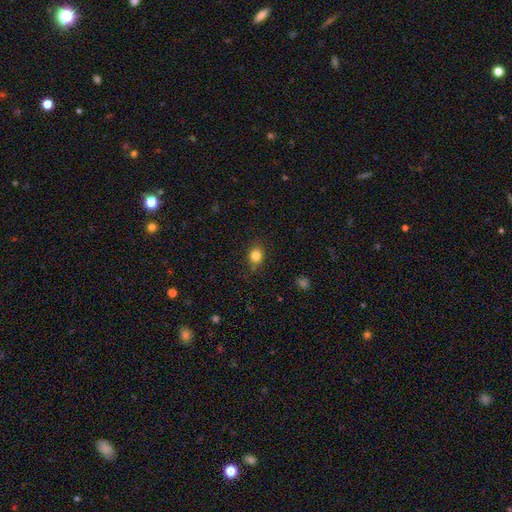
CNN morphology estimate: Smooth or featured: smooth — 82% (star or artifact — 12%)
How rounded: round — 69% (in between — 30%)
Merging: none — 83% (minor disturbance — 12%)